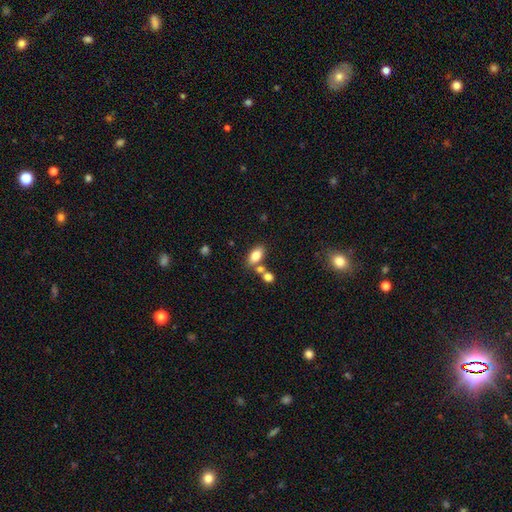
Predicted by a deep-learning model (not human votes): This is likely a smooth galaxy (79%). How rounded: clearly in between (88%). Merging: likely none (63%).